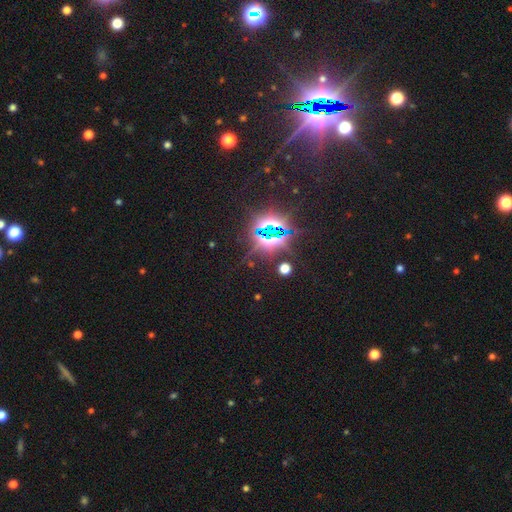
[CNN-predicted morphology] Smooth or featured: star or artifact — 86% (smooth — 7%)